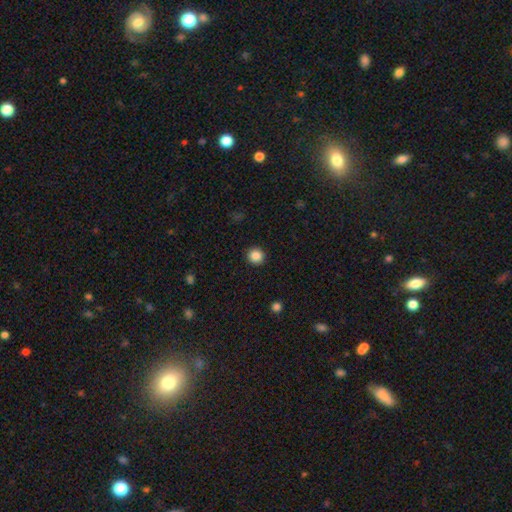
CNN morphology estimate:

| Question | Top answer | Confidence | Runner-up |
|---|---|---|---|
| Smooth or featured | smooth | 86% | star or artifact (10%) |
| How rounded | round | 93% | in between (7%) |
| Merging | none | 93% | minor disturbance (5%) |